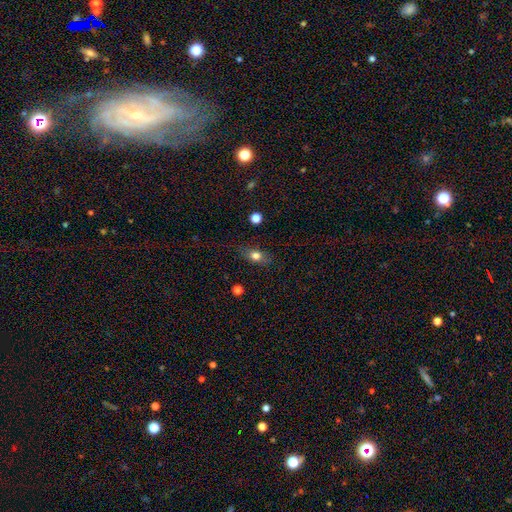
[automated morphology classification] The model was most divided on "how rounded": in between: 67%, round: 24%, cigar-shaped: 9%. More confident: merging — none (78%); smooth or featured — smooth (75%).